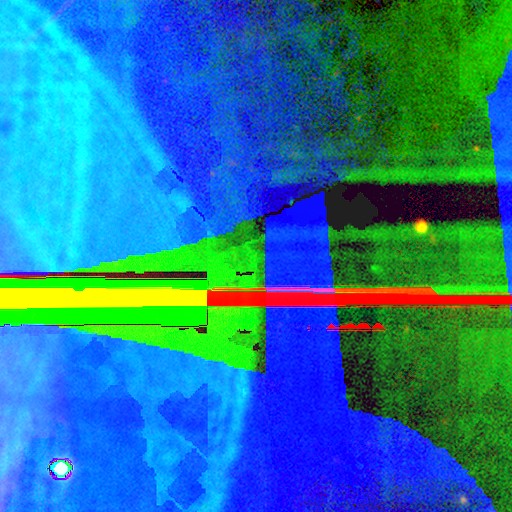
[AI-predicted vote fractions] smooth_or_featured: star or artifact (p=0.87) [alt: featured or disk p=0.07]